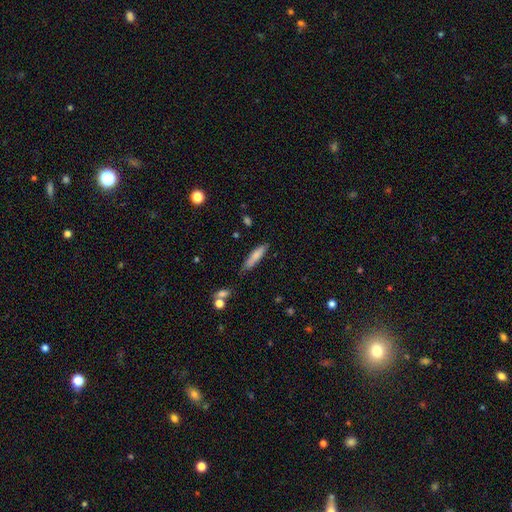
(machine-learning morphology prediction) Smooth or featured?
  - smooth: 78% *
  - featured or disk: 16%
  - star or artifact: 7%
How rounded?
  - cigar-shaped: 79% *
  - in between: 19%
  - round: 2%
Merging?
  - none: 74% *
  - minor disturbance: 19%
  - major disturbance: 4%
  - merger: 3%